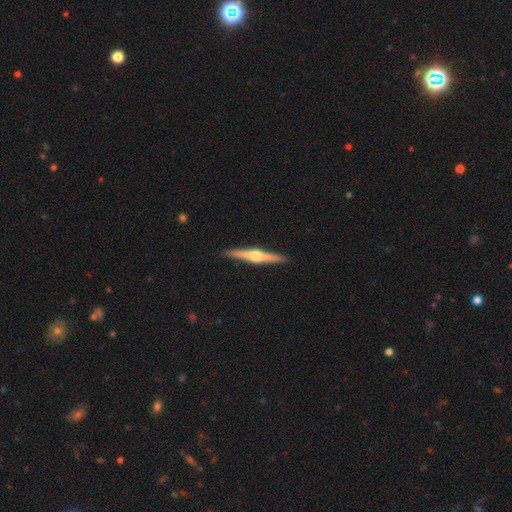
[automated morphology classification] Overall: featured or disk (79%). Edge-on disk: yes (98%). Edge-on bulge: rounded (93%). Merging: none (92%).